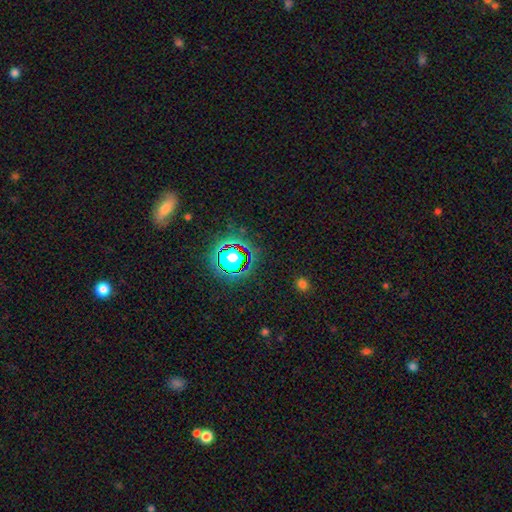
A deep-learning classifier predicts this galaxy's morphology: Smooth or featured?
  - star or artifact: 73% *
  - smooth: 17%
  - featured or disk: 10%